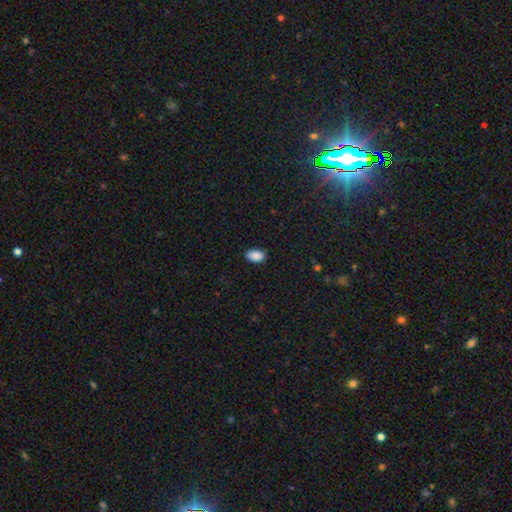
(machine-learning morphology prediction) A smooth galaxy with no disk features (90%) that is in between round and cigar-shaped (93%). Merging: none (87%).